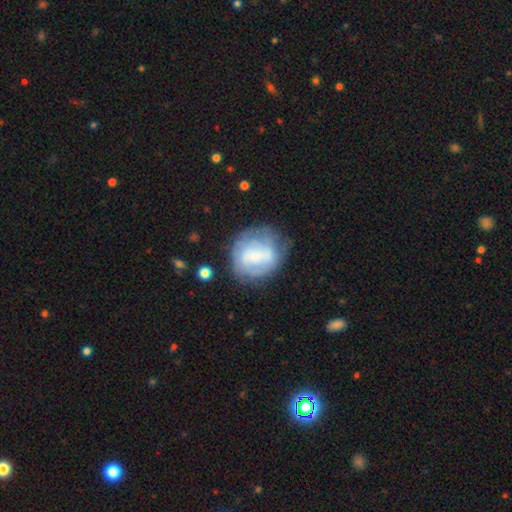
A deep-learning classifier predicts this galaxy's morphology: This appears to be a featured or disk galaxy (46%). Merging: none (56%).